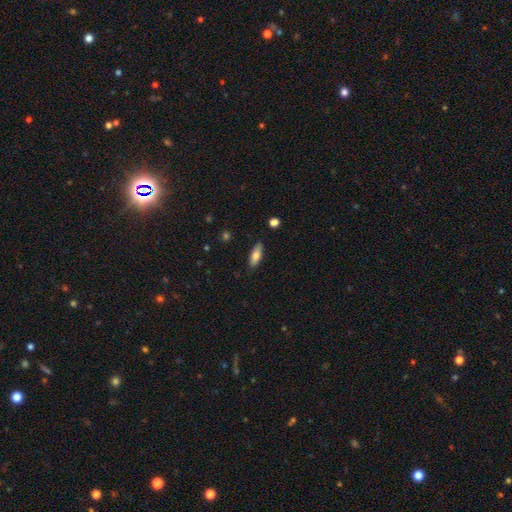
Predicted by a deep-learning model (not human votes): Smooth or featured: smooth — 76% (featured or disk — 17%)
How rounded: in between — 64% (cigar-shaped — 34%)
Merging: none — 84% (minor disturbance — 13%)